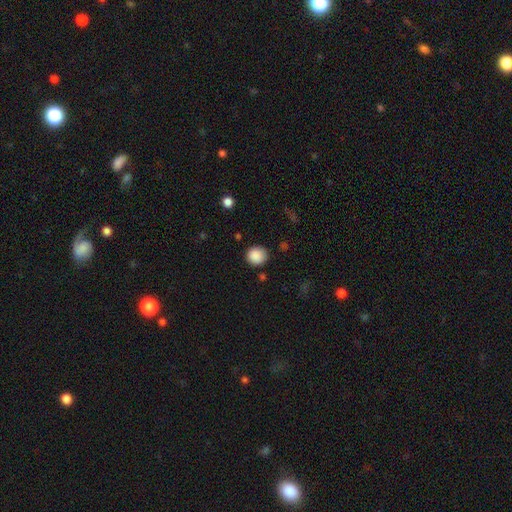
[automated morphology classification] Q: Smooth or featured?
A: smooth (88%); runner-up: star or artifact (9%)
Q: How rounded?
A: round (88%); runner-up: in between (11%)
Q: Merging?
A: none (85%); runner-up: minor disturbance (10%)